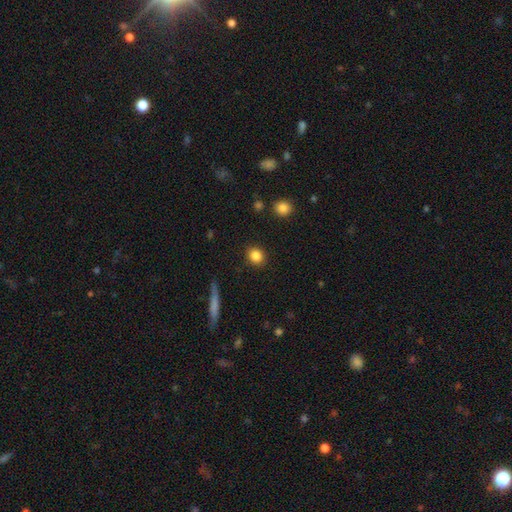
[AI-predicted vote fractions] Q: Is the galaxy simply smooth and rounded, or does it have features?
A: smooth — 85%.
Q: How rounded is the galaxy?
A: round — 73%.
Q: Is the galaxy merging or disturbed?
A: none — 90%.